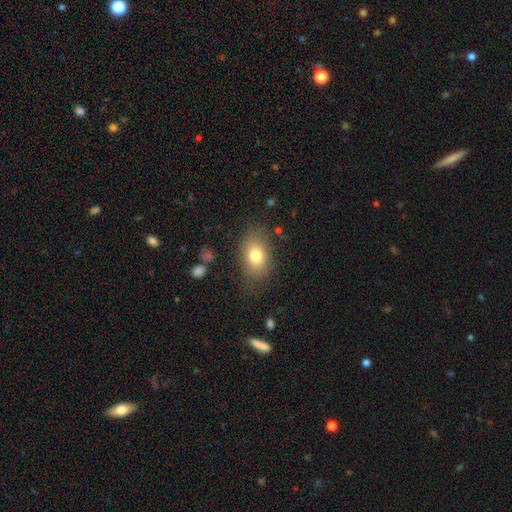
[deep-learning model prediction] Morphology: type=smooth (77%); roundness=in between (80%); merging=none (77%).